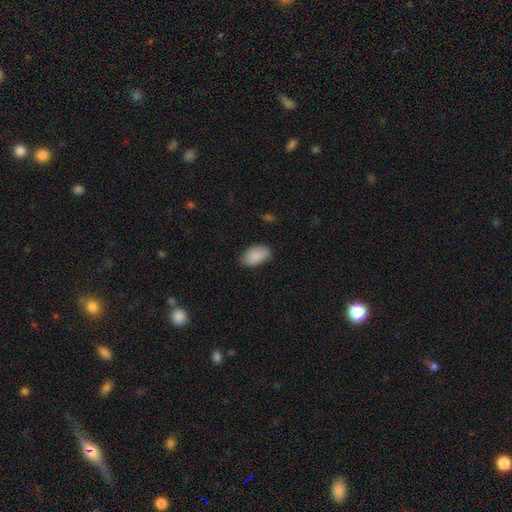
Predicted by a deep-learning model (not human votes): smooth-or-featured: smooth: 90% | star or artifact: 6% | featured or disk: 4%
  how-rounded: in between: 94% | round: 4% | cigar-shaped: 1%
  merging: none: 83% | minor disturbance: 13% | major disturbance: 3% | merger: 1%